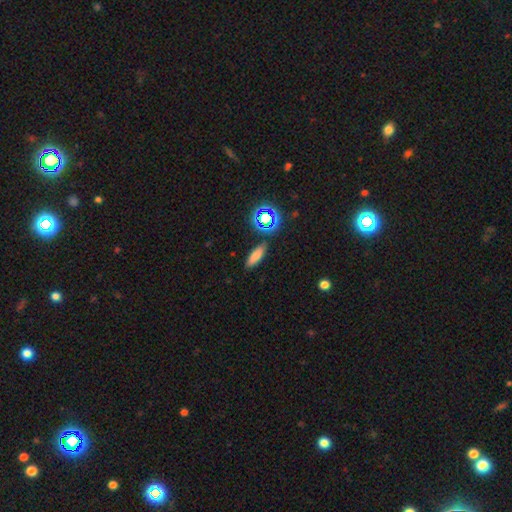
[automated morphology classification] Smooth or featured?
  - smooth: 75% *
  - star or artifact: 16%
  - featured or disk: 9%
How rounded?
  - in between: 48% *
  - cigar-shaped: 46%
  - round: 6%
Merging?
  - none: 86% *
  - minor disturbance: 9%
  - merger: 3%
  - major disturbance: 3%